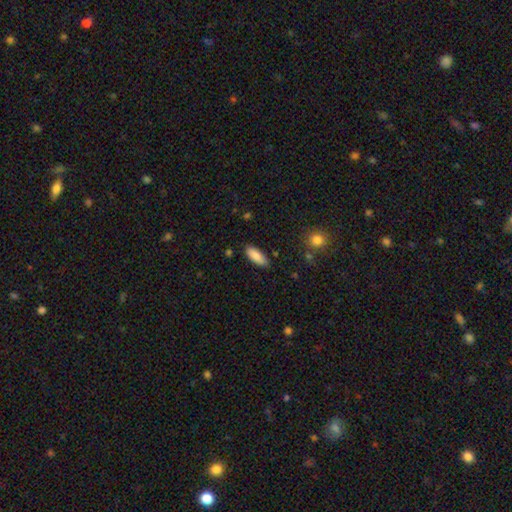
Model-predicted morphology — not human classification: Smooth or featured? Predicted: smooth (p=0.87). How rounded? Predicted: in between (p=0.77). Merging? Predicted: none (p=0.84).